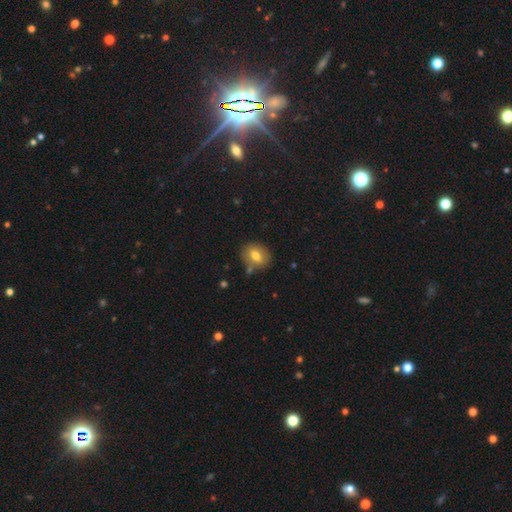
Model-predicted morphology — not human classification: Q: Smooth or featured?
A: smooth (69%); runner-up: featured or disk (22%)
Q: How rounded?
A: round (50%); runner-up: in between (49%)
Q: Merging?
A: none (75%); runner-up: minor disturbance (14%)